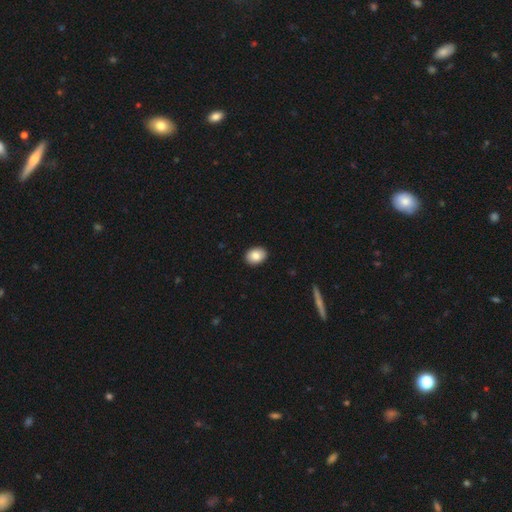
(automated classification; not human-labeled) Smooth or featured? smooth (86%)
How rounded? in between (72%)
Merging? none (91%)